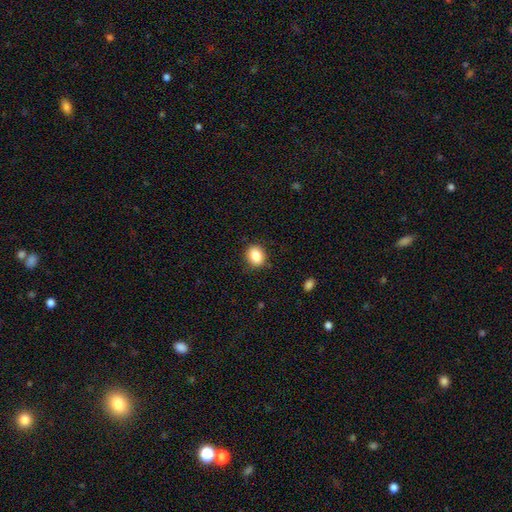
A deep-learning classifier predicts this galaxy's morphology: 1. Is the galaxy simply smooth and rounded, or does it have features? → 84% smooth, 9% star or artifact, 6% featured or disk.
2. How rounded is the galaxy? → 63% round, 36% in between, 1% cigar-shaped.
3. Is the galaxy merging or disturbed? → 88% none, 9% minor disturbance, 2% major disturbance, 1% merger.